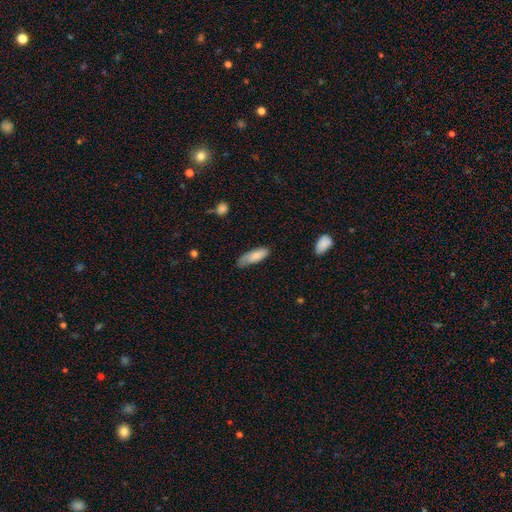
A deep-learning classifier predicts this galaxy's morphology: smooth-or-featured: smooth: 81% | featured or disk: 13% | star or artifact: 6%
  how-rounded: in between: 60% | cigar-shaped: 38% | round: 2%
  merging: none: 58% | minor disturbance: 32% | major disturbance: 8% | merger: 2%